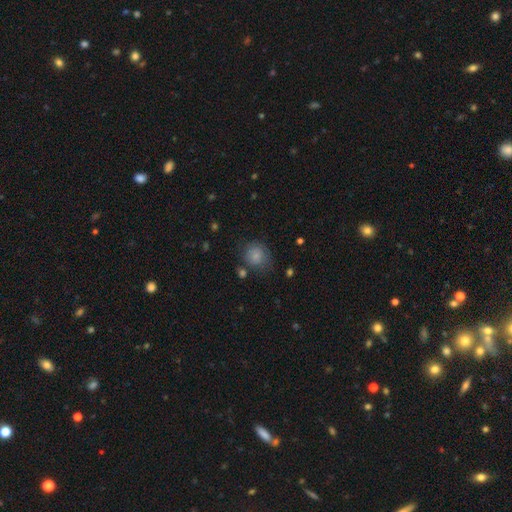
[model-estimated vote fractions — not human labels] Smooth or featured: smooth — 80% (featured or disk — 10%)
How rounded: round — 81% (in between — 18%)
Merging: none — 68% (minor disturbance — 19%)